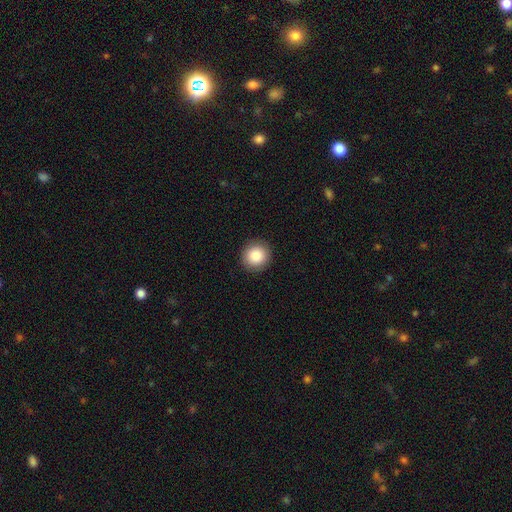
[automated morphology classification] type=smooth (86%); roundness=round (92%); merging=none (92%).